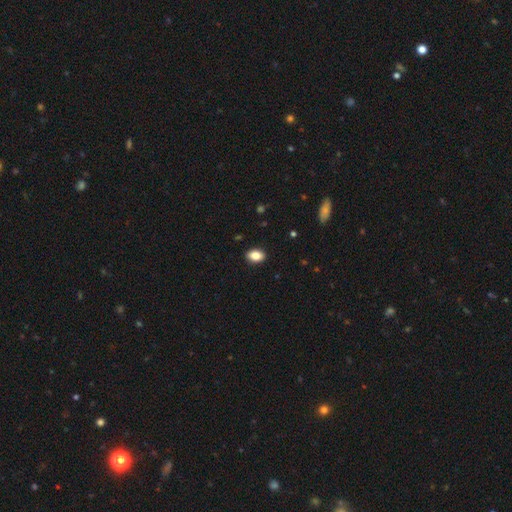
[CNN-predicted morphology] A smooth galaxy with no disk features (85%) that is in between round and cigar-shaped (84%). Merging: none (90%).